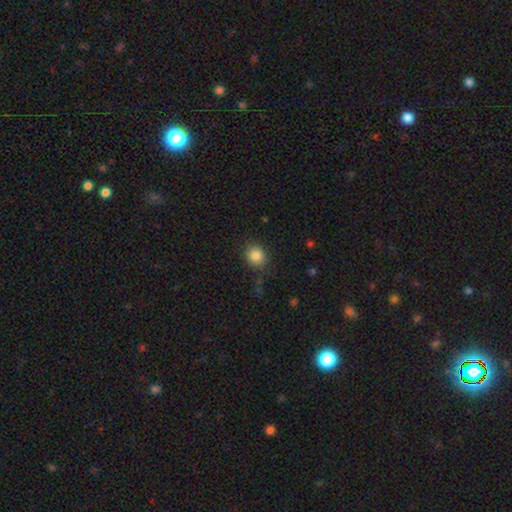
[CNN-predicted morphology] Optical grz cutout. It shows a smooth galaxy with no disk features (85%) that is round (72%). Merging: none (84%).